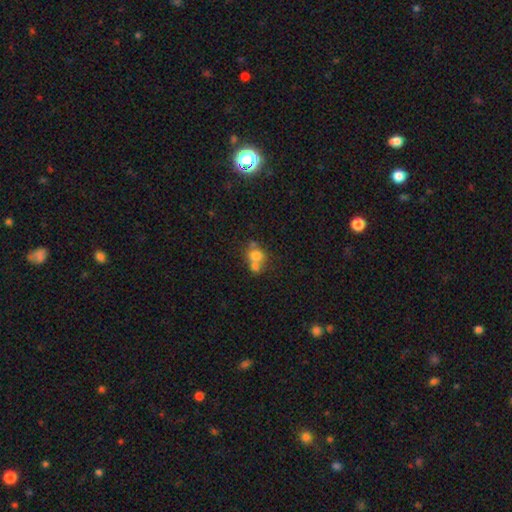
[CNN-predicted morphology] smooth 70%, featured or disk 18%, star or artifact 12%. Down the decision tree: how rounded — round (71%); merging — merger (55%).